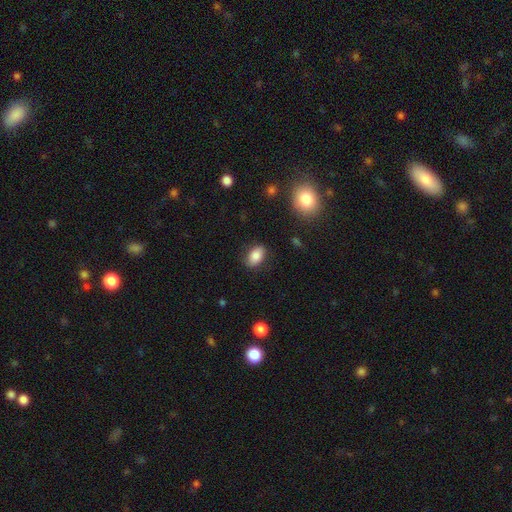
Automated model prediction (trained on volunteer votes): Smooth or featured? Predicted: smooth (p=0.83). How rounded? Predicted: in between (p=0.88). Merging? Predicted: none (p=0.84).